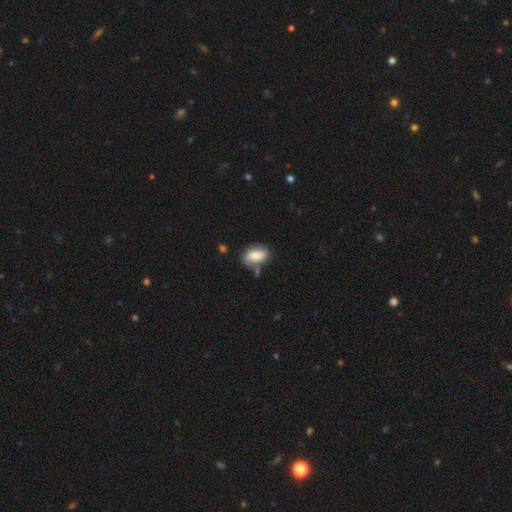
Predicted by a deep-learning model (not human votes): Morphology: type=smooth (75%); roundness=in between (88%); merging=none (66%).